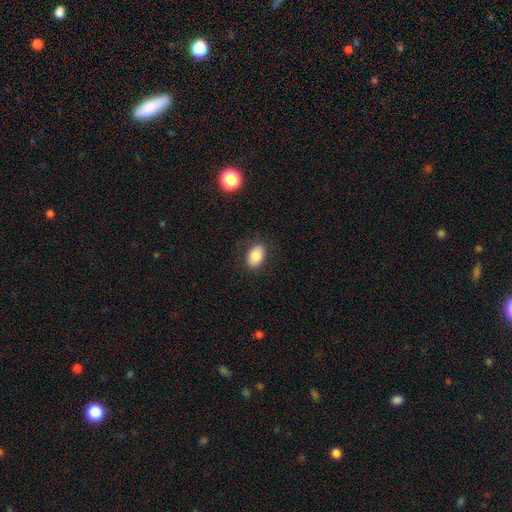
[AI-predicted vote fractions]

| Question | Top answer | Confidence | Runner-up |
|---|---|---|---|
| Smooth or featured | smooth | 83% | featured or disk (9%) |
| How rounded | in between | 87% | round (11%) |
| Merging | none | 84% | minor disturbance (11%) |